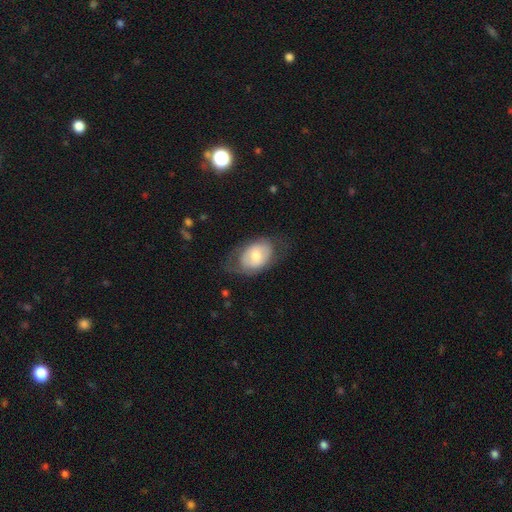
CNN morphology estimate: A smooth galaxy with no disk features (59%) that is in between round and cigar-shaped (84%).

Vote fractions:
- Smooth or featured? smooth: 59% / featured or disk: 34% / star or artifact: 6%
- How rounded? in between: 84% / round: 15% / cigar-shaped: 1%
- Merging? none: 59% / minor disturbance: 24% / major disturbance: 15% / merger: 1%